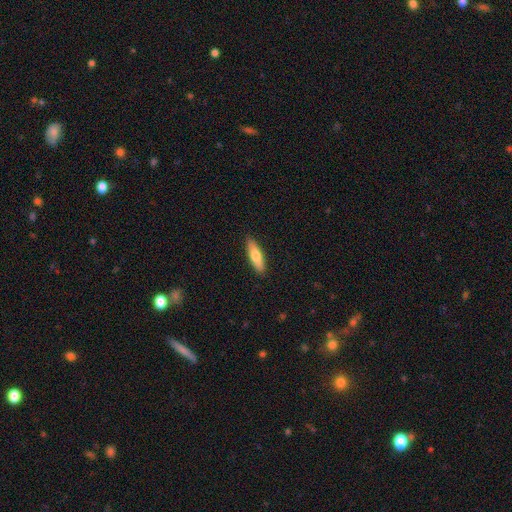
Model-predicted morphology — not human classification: A smooth galaxy with no disk features (69%) that is cigar-shaped (62%). Merging: none (90%).